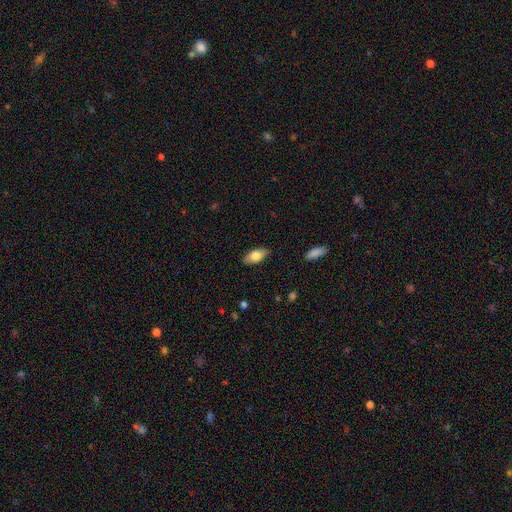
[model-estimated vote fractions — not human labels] This appears to be a smooth galaxy with no disk features (76%) that is in between round and cigar-shaped (87%). Merging: none (86%).